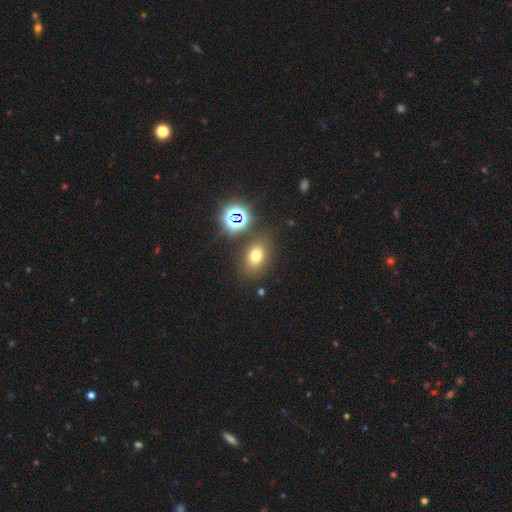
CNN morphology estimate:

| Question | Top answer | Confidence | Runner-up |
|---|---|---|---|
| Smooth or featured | smooth | 66% | star or artifact (24%) |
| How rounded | in between | 65% | round (33%) |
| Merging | none | 78% | minor disturbance (11%) |